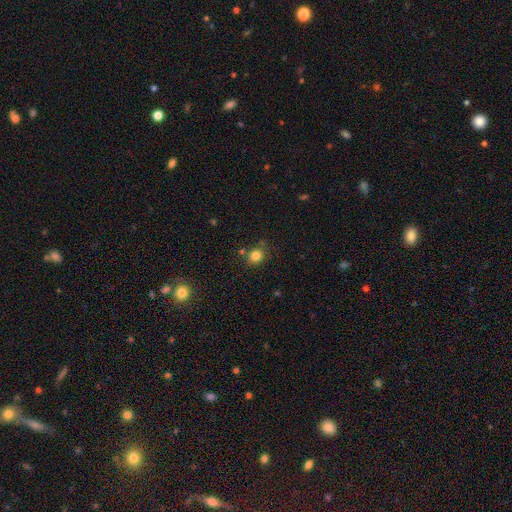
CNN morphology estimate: Q: Smooth or featured?
A: smooth (82%); runner-up: star or artifact (12%)
Q: How rounded?
A: round (78%); runner-up: in between (21%)
Q: Merging?
A: none (77%); runner-up: minor disturbance (12%)